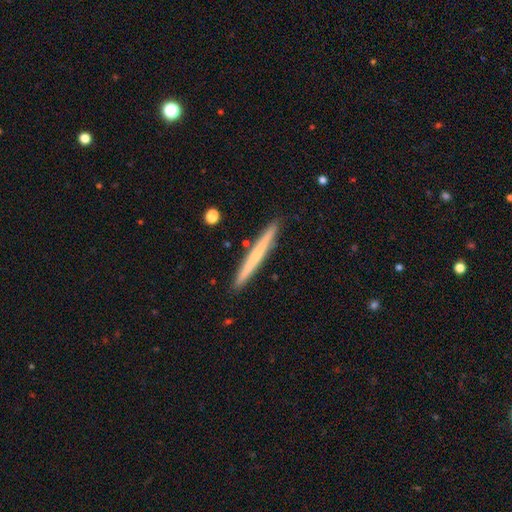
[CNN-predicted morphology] The model was most divided on "smooth or featured": smooth: 54%, featured or disk: 40%, star or artifact: 6%. More confident: how rounded — cigar-shaped (97%); merging — none (91%).